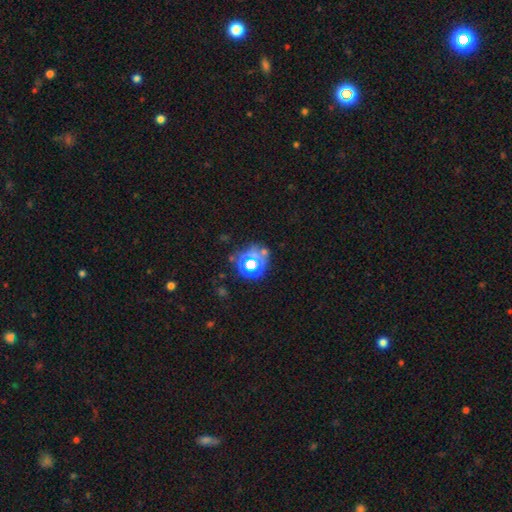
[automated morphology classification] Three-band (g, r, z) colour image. It shows a star or artifact, not a galaxy (58%).